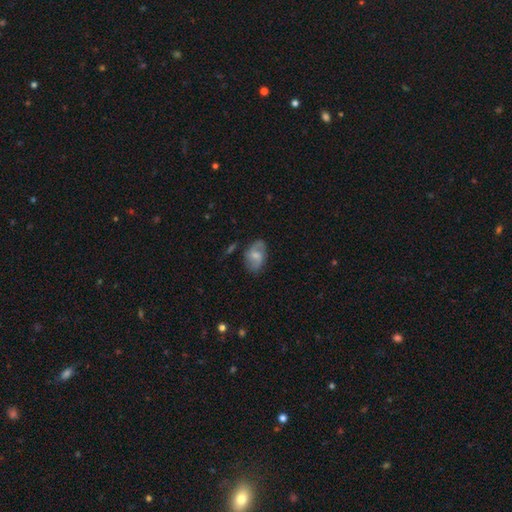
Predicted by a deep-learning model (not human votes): featured or disk 53%, smooth 40%, star or artifact 7%. Down the decision tree: edge-on disk — no (96%); bar — weak (47%); spiral arms — yes (85%); bulge size — moderate (44%); merging — none (70%).